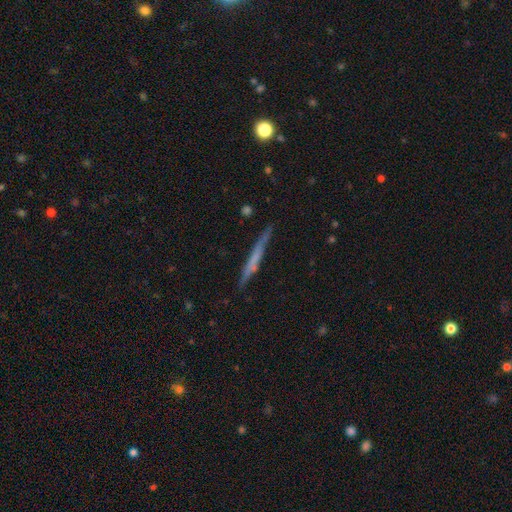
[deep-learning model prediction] Smooth or featured: featured or disk — 50% (smooth — 43%)
Merging: none — 85% (minor disturbance — 11%)